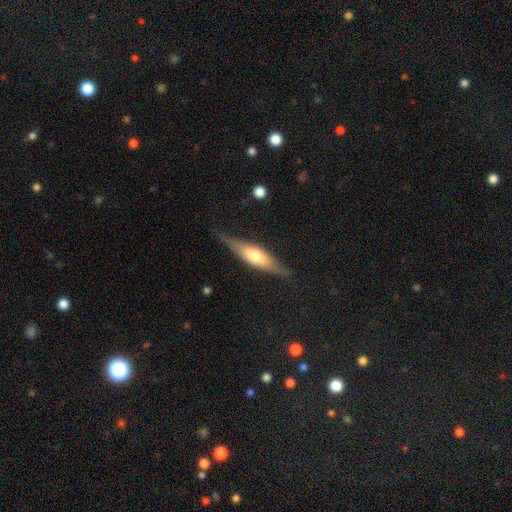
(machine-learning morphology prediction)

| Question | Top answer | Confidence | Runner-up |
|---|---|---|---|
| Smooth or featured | featured or disk | 54% | smooth (41%) |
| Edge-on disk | yes | 87% | no (13%) |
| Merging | none | 79% | minor disturbance (15%) |